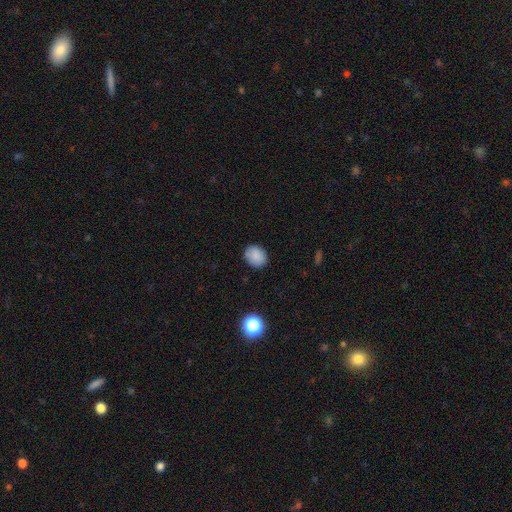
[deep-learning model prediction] Smooth or featured? smooth (86%)
How rounded? round (57%)
Merging? none (85%)